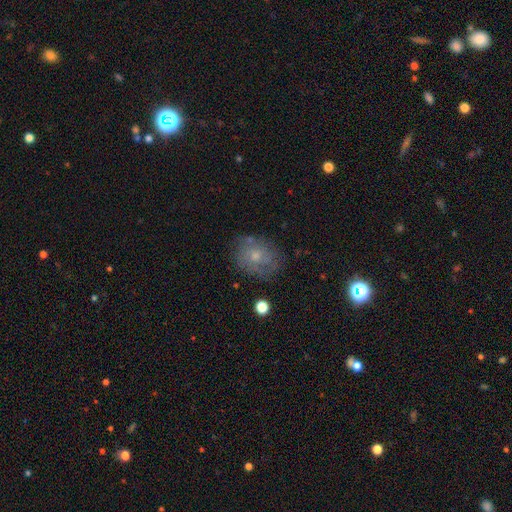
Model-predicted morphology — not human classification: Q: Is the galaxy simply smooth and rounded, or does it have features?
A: smooth — 50%.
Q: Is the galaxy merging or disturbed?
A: none — 68%.